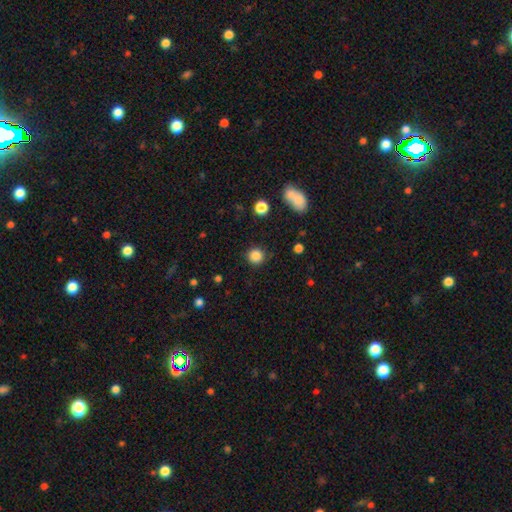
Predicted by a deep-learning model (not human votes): smooth_or_featured: smooth (p=0.85) [alt: star or artifact p=0.11]
how_rounded: round (p=0.93) [alt: in between p=0.06]
merging: none (p=0.88) [alt: minor disturbance p=0.07]